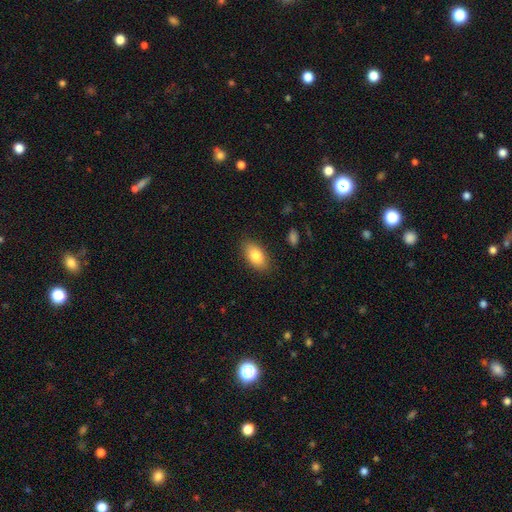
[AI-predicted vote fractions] Morphology: type=smooth (83%); roundness=in between (93%); merging=none (86%).